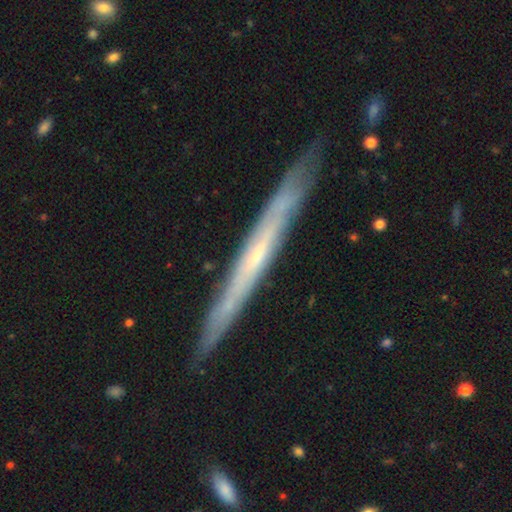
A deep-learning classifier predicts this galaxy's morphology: featured or disk 73%, smooth 21%, star or artifact 7%. Down the decision tree: edge-on disk — yes (91%); edge-on bulge — none (67%); merging — none (87%).